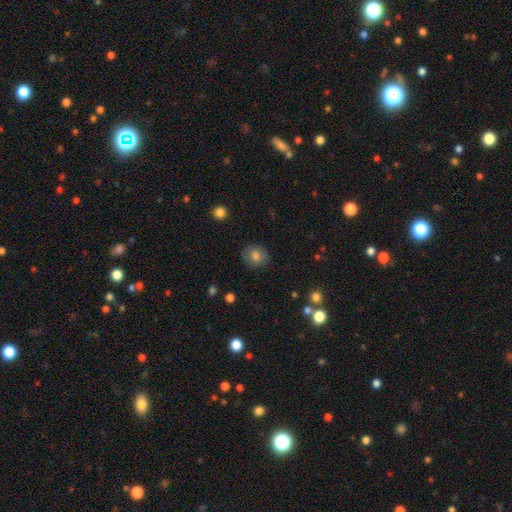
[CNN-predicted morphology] Smooth or featured? smooth (78%)
How rounded? round (74%)
Merging? none (85%)